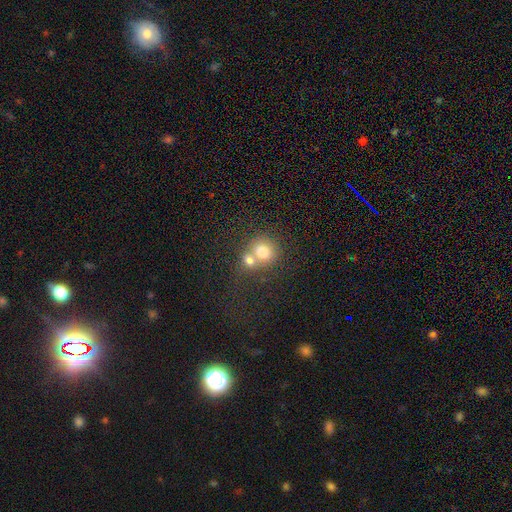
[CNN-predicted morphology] type=smooth (68%); roundness=round (81%); merging=merger (58%).